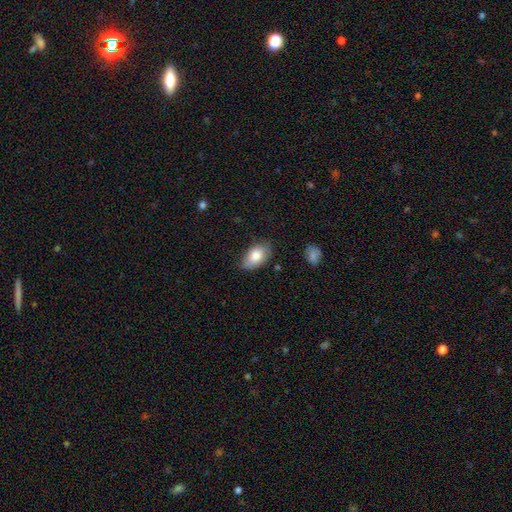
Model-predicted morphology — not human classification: Smooth or featured? Predicted: smooth (p=0.82). How rounded? Predicted: in between (p=0.93). Merging? Predicted: none (p=0.71).